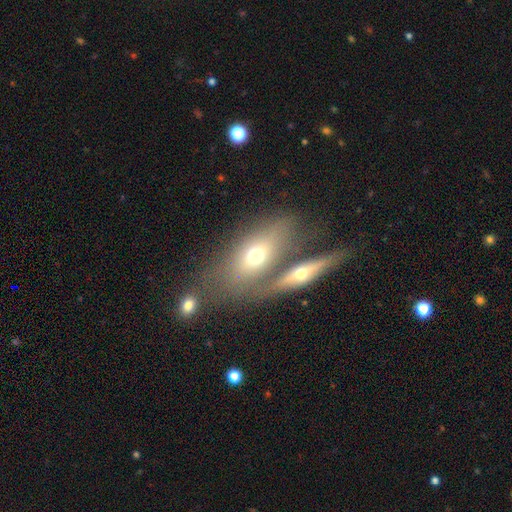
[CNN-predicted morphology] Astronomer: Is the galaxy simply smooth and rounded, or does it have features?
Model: smooth — 57% (runner-up: featured or disk, 34%).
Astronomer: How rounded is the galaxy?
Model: in between — 75%.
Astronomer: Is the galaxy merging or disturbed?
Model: merger — 42% (runner-up: none, 38%).